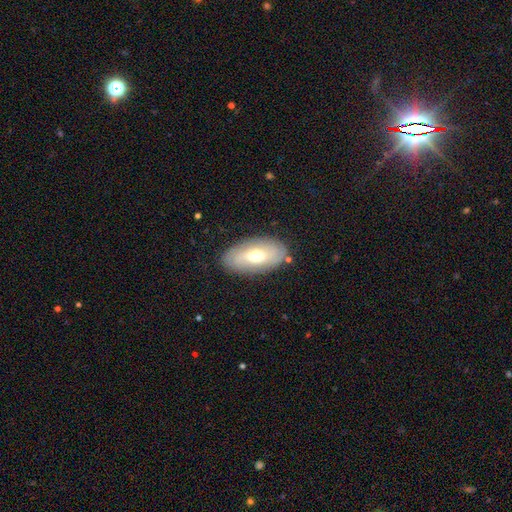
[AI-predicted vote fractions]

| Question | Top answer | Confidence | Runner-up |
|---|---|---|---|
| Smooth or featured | smooth | 50% | featured or disk (43%) |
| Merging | none | 83% | minor disturbance (12%) |